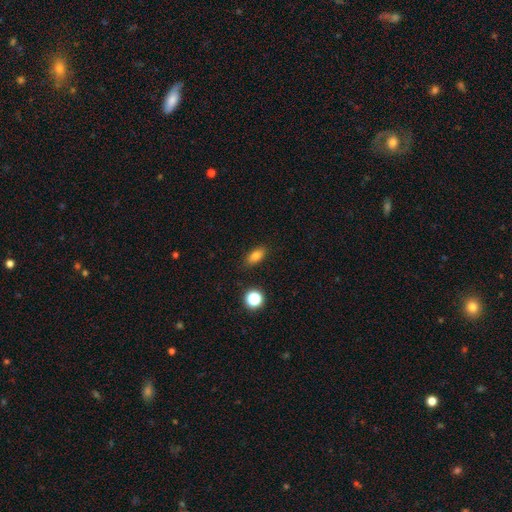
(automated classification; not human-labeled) A smooth galaxy with no disk features (80%) that is in between round and cigar-shaped (83%).

Vote fractions:
- Smooth or featured? smooth: 80% / star or artifact: 12% / featured or disk: 8%
- How rounded? in between: 83% / round: 10% / cigar-shaped: 7%
- Merging? none: 87% / minor disturbance: 9% / major disturbance: 2% / merger: 2%